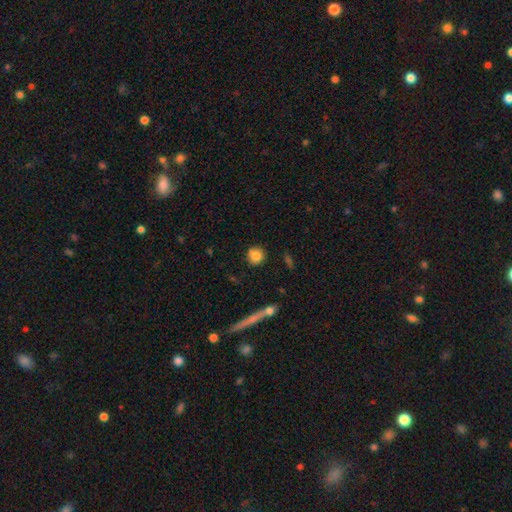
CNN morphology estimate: Smooth or featured? Predicted: smooth (p=0.82). How rounded? Predicted: round (p=0.88). Merging? Predicted: none (p=0.82).